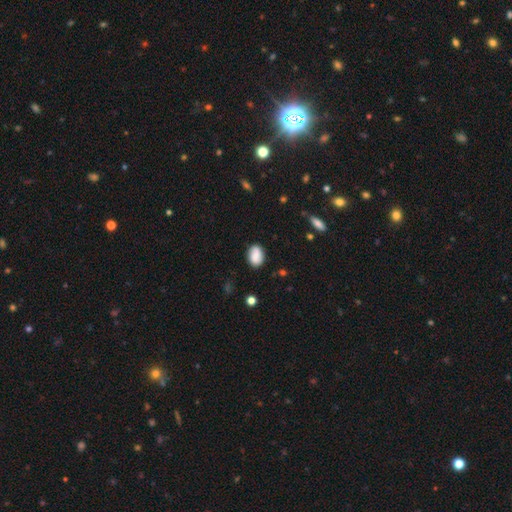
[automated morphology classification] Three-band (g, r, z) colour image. It shows a smooth galaxy with no disk features (76%) that is in between round and cigar-shaped (81%). Merging: none (79%).